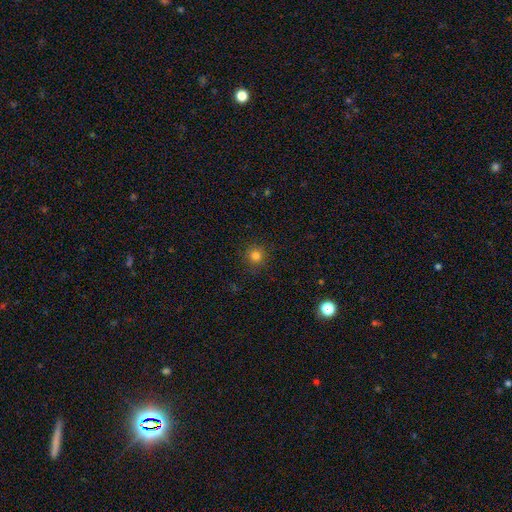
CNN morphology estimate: Q: Smooth or featured?
A: smooth (80%); runner-up: star or artifact (15%)
Q: How rounded?
A: round (93%); runner-up: in between (6%)
Q: Merging?
A: none (89%); runner-up: minor disturbance (8%)